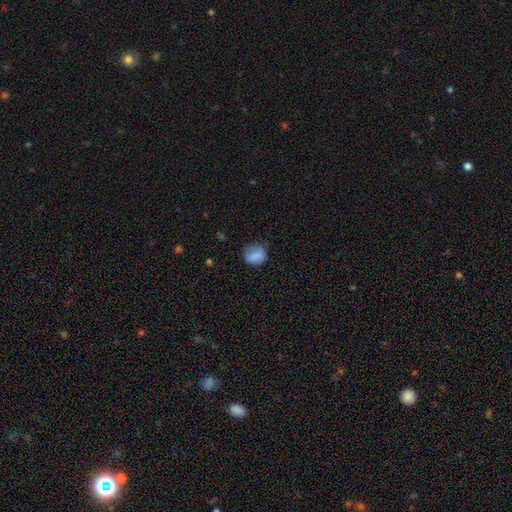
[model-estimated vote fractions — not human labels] A smooth galaxy with no disk features (84%) that is round (74%). Merging: none (68%).